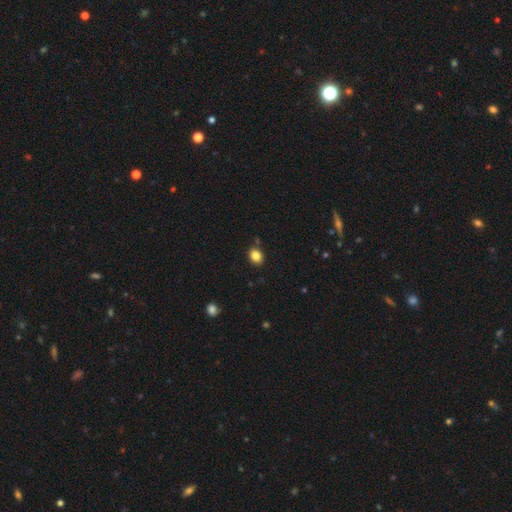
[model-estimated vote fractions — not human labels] smooth-or-featured: smooth: 85% | star or artifact: 10% | featured or disk: 5%
  how-rounded: in between: 54% | round: 45% | cigar-shaped: 1%
  merging: none: 84% | minor disturbance: 10% | merger: 3% | major disturbance: 3%